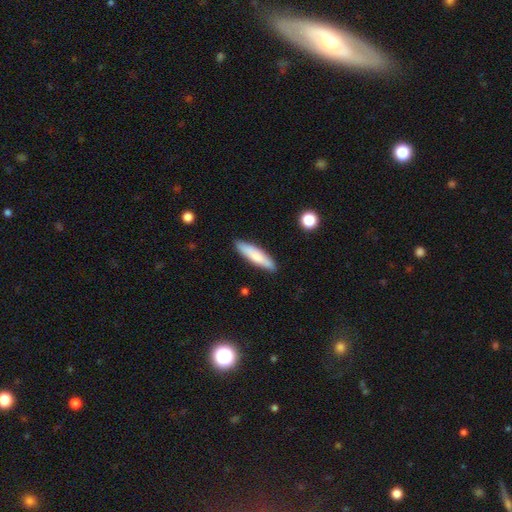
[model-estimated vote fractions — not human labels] smooth 75%, featured or disk 19%, star or artifact 5%. Down the decision tree: how rounded — cigar-shaped (76%); merging — none (88%).